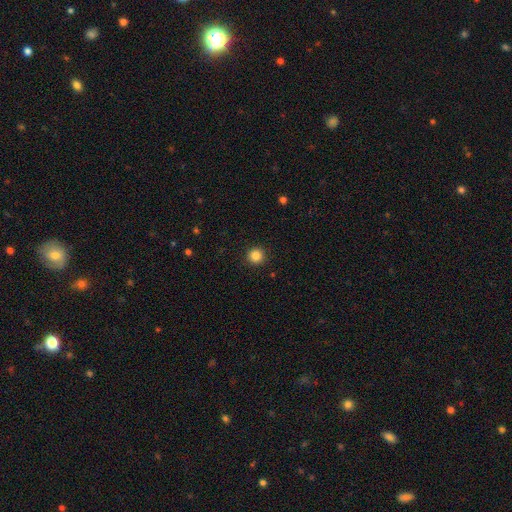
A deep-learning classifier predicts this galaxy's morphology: smooth 85%, star or artifact 11%, featured or disk 4%. Down the decision tree: how rounded — round (95%); merging — none (92%).